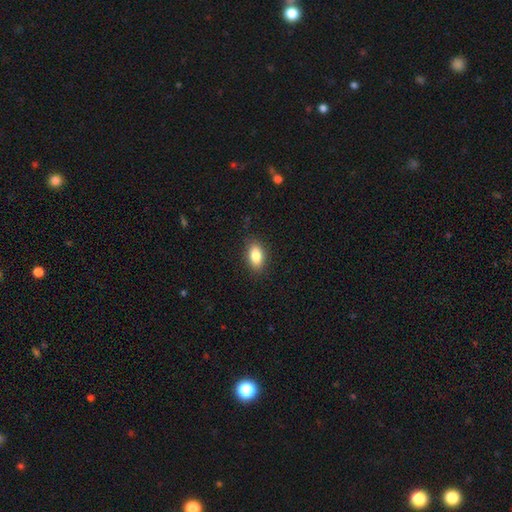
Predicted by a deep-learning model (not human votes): This is clearly a smooth galaxy (83%). How rounded: clearly in between (87%). Merging: clearly none (87%).